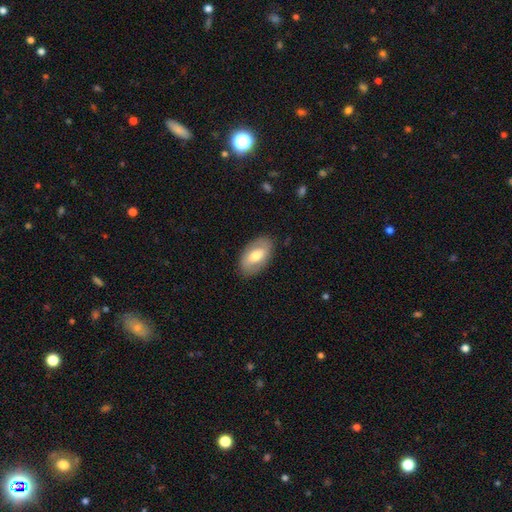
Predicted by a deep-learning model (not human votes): A smooth galaxy with no disk features (55%) that is in between round and cigar-shaped (93%). Merging: none (85%).